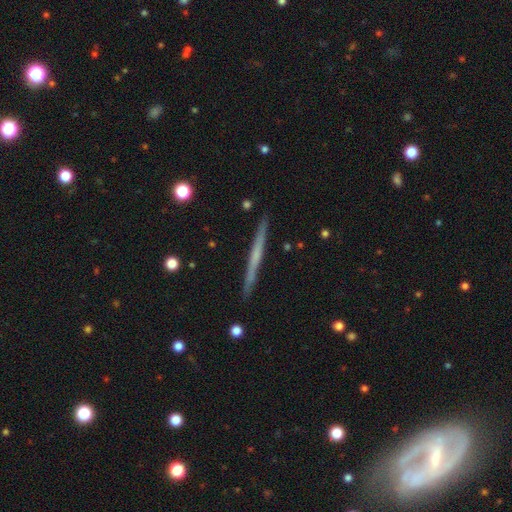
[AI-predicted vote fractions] Smooth or featured?
  - featured or disk: 59% *
  - smooth: 35%
  - star or artifact: 6%
Edge-on disk?
  - yes: 98% *
  - no: 2%
Edge-on bulge?
  - none: 81% *
  - rounded: 14%
  - boxy: 5%
Merging?
  - none: 91% *
  - minor disturbance: 6%
  - merger: 1%
  - major disturbance: 1%